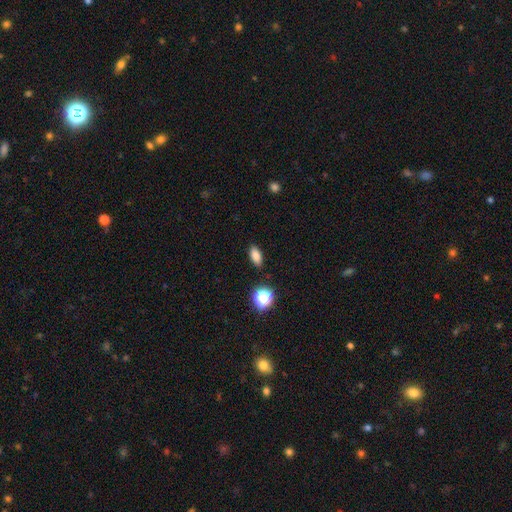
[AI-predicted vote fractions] smooth_or_featured: smooth (p=0.81) [alt: star or artifact p=0.12]
how_rounded: in between (p=0.84) [alt: round p=0.08]
merging: none (p=0.88) [alt: minor disturbance p=0.08]